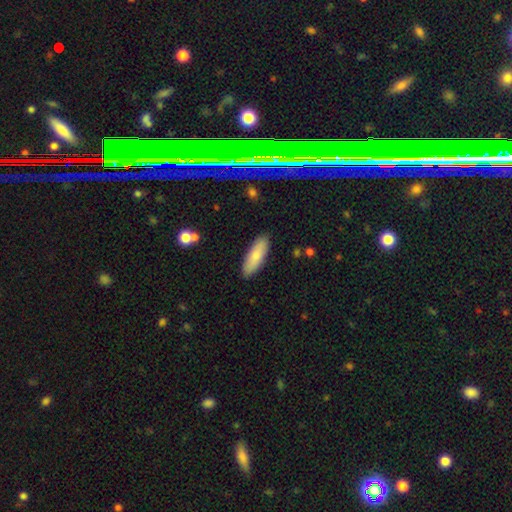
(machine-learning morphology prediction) Q: Smooth or featured?
A: smooth (80%); runner-up: featured or disk (15%)
Q: How rounded?
A: in between (60%); runner-up: cigar-shaped (39%)
Q: Merging?
A: none (88%); runner-up: minor disturbance (9%)